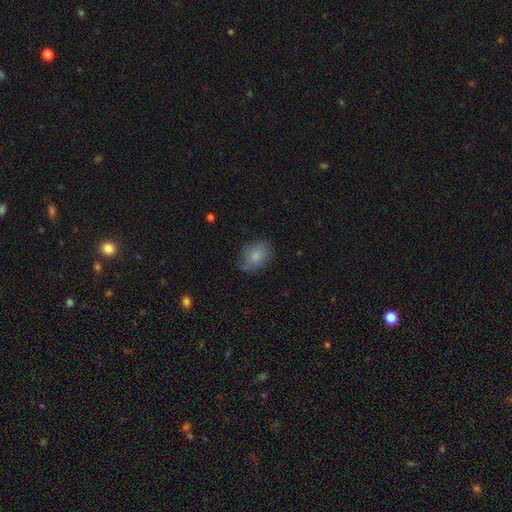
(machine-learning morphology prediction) Overall: smooth (81%). How rounded: in between (74%). Merging: none (74%).